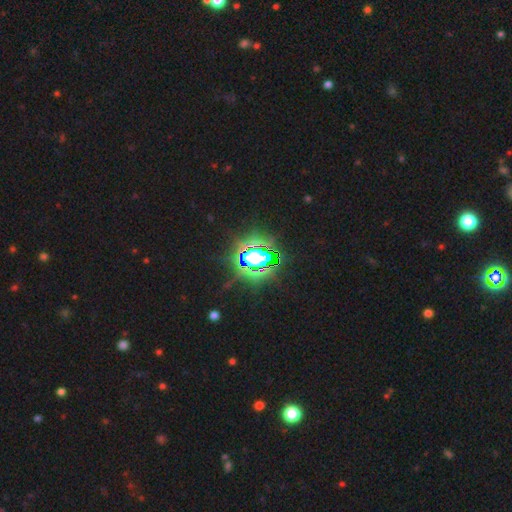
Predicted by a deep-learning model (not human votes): Smooth or featured? star or artifact (81%)